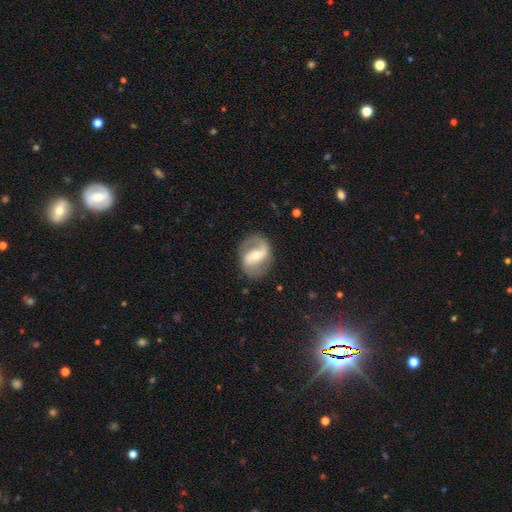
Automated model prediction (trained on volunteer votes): This appears to be a featured or disk galaxy (82%) with a weak bar (38%), 2 (86%) medium (44%) spiral arms (91%) and a moderate central bulge (51%). Merging: none (78%).